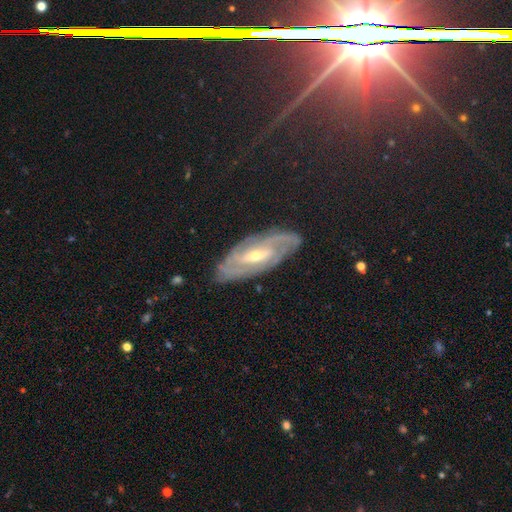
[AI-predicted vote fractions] smooth_or_featured: featured or disk (p=0.81) [alt: star or artifact p=0.10]
disk_edge_on: no (p=0.87) [alt: yes p=0.13]
bar: weak (p=0.46) [alt: strong p=0.30]
has_spiral_arms: yes (p=0.93) [alt: no p=0.07]
spiral_winding: tight (p=0.61) [alt: medium p=0.30]
spiral_arm_count: 2 (p=0.41) [alt: can't tell p=0.32]
bulge_size: moderate (p=0.49) [alt: small p=0.47]
merging: none (p=0.81) [alt: minor disturbance p=0.14]